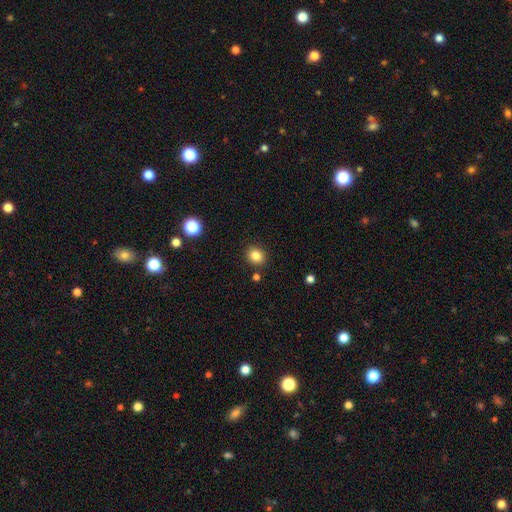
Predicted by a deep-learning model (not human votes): Q: Smooth or featured?
A: smooth (83%); runner-up: star or artifact (12%)
Q: How rounded?
A: round (78%); runner-up: in between (22%)
Q: Merging?
A: none (88%); runner-up: minor disturbance (7%)